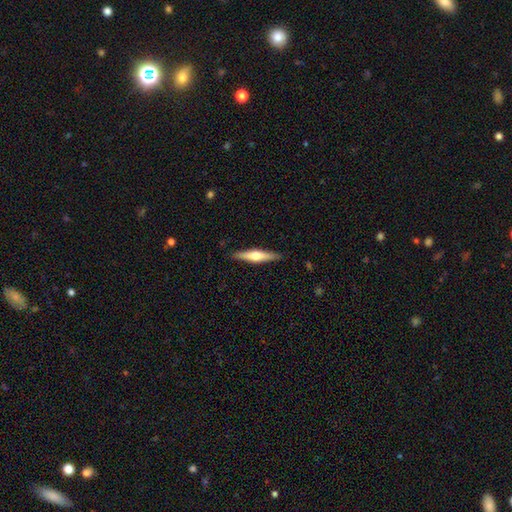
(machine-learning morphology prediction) Smooth or featured? Predicted: featured or disk (p=0.59). Edge-on disk? Predicted: yes (p=0.96). Edge-on bulge? Predicted: rounded (p=0.91). Merging? Predicted: none (p=0.89).